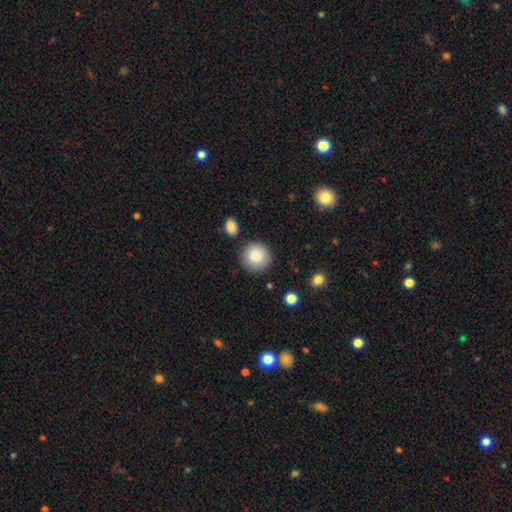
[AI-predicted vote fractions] A smooth galaxy with no disk features (88%) that is round (93%).

Vote fractions:
- Smooth or featured? smooth: 88% / star or artifact: 7% / featured or disk: 5%
- How rounded? round: 93% / in between: 6% / cigar-shaped: 1%
- Merging? none: 84% / minor disturbance: 9% / merger: 4% / major disturbance: 3%